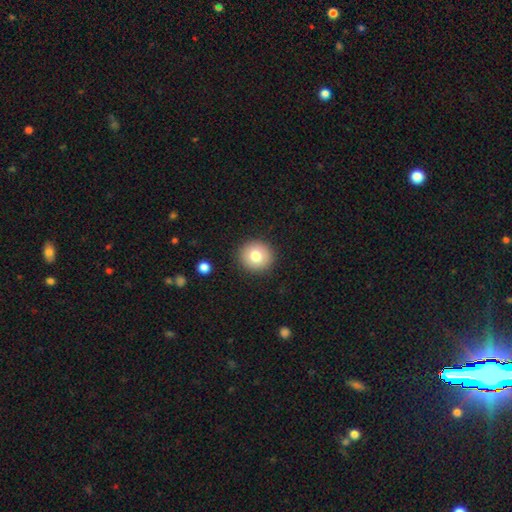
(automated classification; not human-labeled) Morphology: type=smooth (78%); roundness=round (92%); merging=none (91%).